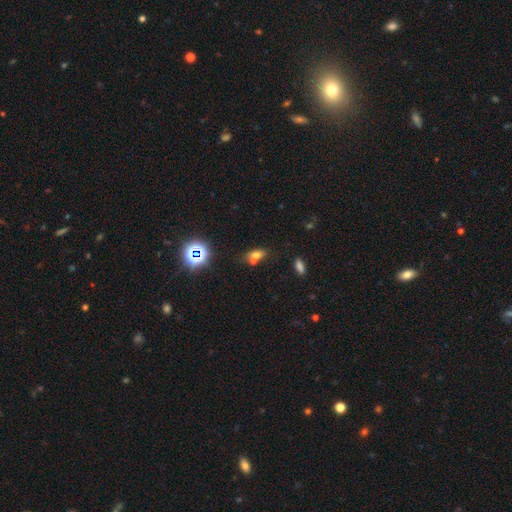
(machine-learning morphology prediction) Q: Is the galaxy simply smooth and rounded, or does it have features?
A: smooth — 61%.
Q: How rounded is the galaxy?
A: in between — 71%.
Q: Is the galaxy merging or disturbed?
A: none — 44%.